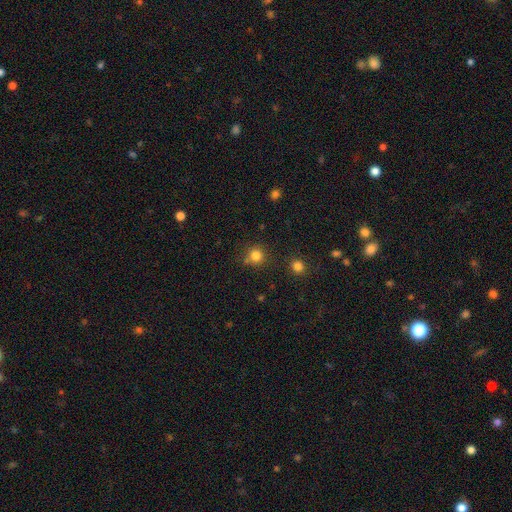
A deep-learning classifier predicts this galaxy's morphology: A smooth galaxy with no disk features (81%) that is round (92%). Merging: none (77%).